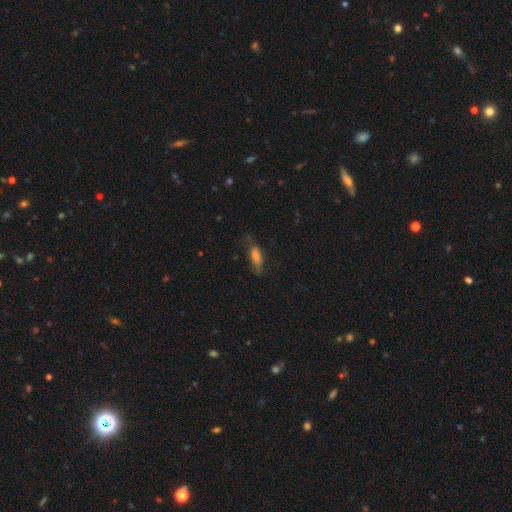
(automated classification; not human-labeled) Smooth or featured: smooth — 62% (featured or disk — 24%)
How rounded: in between — 54% (cigar-shaped — 43%)
Merging: none — 61% (minor disturbance — 26%)